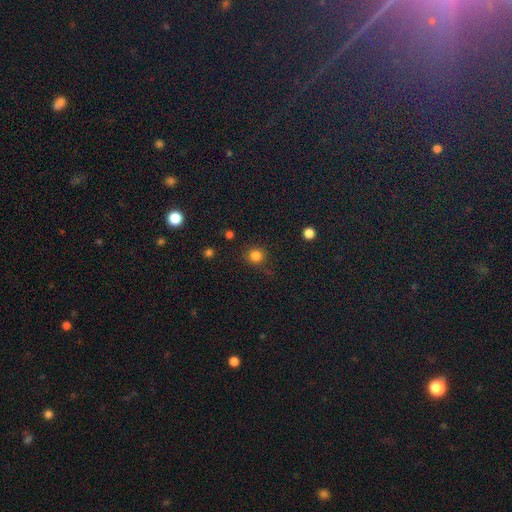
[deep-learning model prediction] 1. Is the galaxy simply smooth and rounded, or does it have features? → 82% smooth, 14% star or artifact, 4% featured or disk.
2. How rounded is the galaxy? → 92% round, 7% in between, 1% cigar-shaped.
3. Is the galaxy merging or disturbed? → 86% none, 9% minor disturbance, 3% major disturbance, 2% merger.